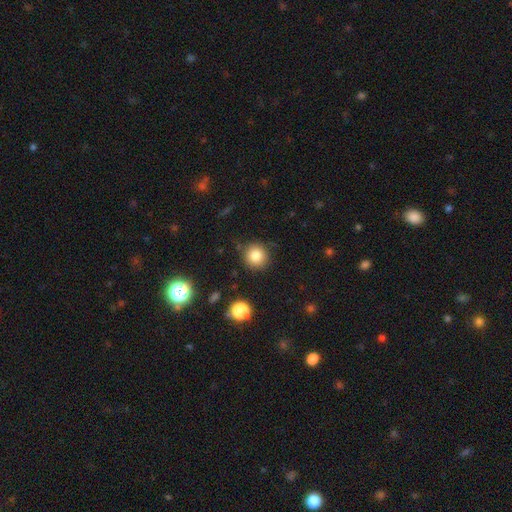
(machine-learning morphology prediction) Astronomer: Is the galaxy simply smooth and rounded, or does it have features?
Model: smooth — 82%.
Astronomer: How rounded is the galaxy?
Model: round — 92%.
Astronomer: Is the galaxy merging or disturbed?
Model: none — 87%.